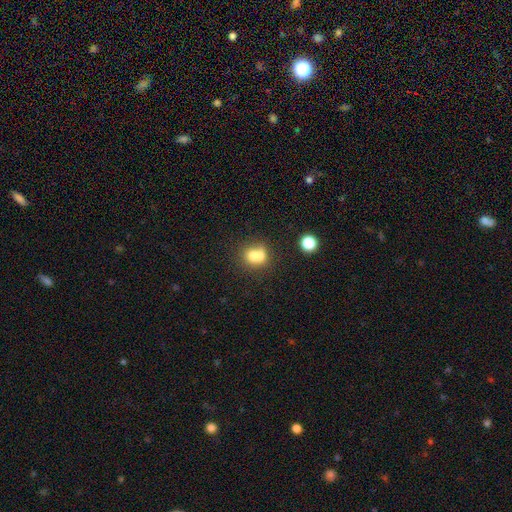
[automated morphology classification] Smooth or featured?
  - smooth: 70% *
  - featured or disk: 19%
  - star or artifact: 12%
How rounded?
  - round: 71% *
  - in between: 28%
  - cigar-shaped: 1%
Merging?
  - merger: 56% *
  - none: 31%
  - minor disturbance: 8%
  - major disturbance: 4%